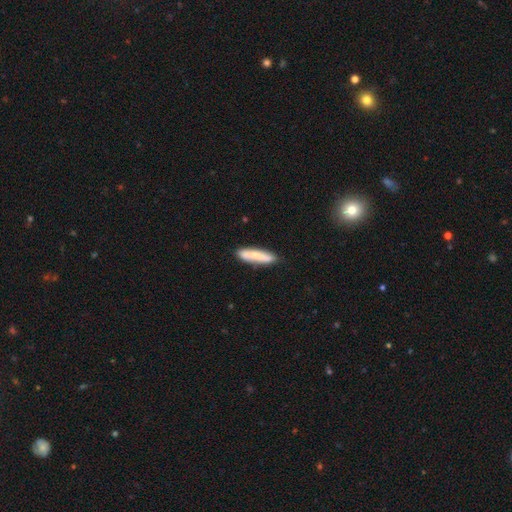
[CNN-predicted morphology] This is likely a smooth galaxy (71%). How rounded: likely cigar-shaped (79%). Merging: likely none (79%).